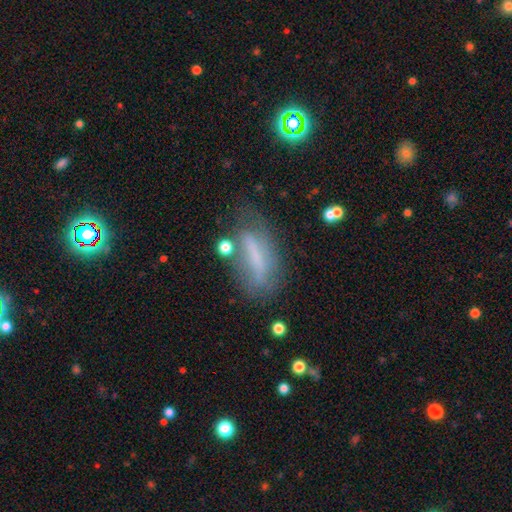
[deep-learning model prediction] Overall: smooth (50%; featured or disk 38%). Merging: none (55%; minor disturbance 24%).